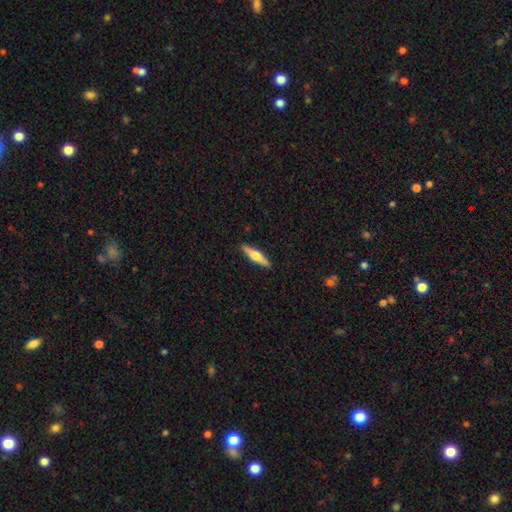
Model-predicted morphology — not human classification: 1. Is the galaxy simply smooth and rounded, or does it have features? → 57% featured or disk, 38% smooth, 5% star or artifact.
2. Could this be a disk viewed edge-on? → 96% yes, 4% no.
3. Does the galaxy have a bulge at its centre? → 92% rounded, 5% boxy, 3% none.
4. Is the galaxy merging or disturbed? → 90% none, 7% minor disturbance, 1% major disturbance, 1% merger.